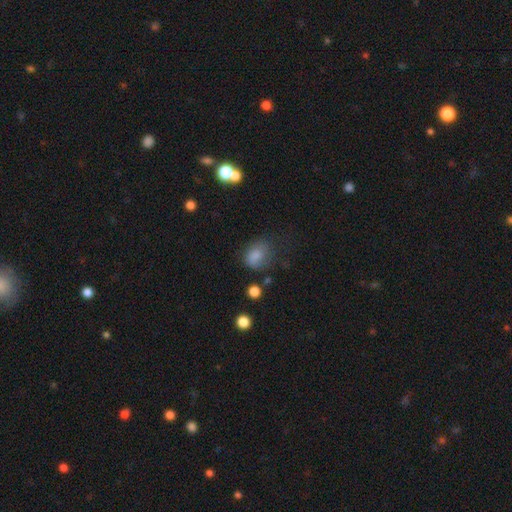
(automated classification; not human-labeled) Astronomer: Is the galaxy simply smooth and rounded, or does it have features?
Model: smooth — 78%.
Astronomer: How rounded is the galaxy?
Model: in between — 60% (runner-up: round, 38%).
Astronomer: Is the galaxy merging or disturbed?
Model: none — 51% (runner-up: minor disturbance, 29%).